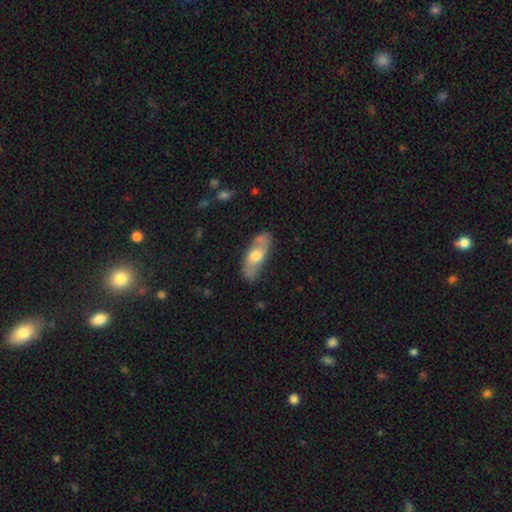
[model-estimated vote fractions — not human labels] Smooth or featured? Predicted: featured or disk (p=0.51). Edge-on disk? Predicted: no (p=0.76). Merging? Predicted: none (p=0.79).